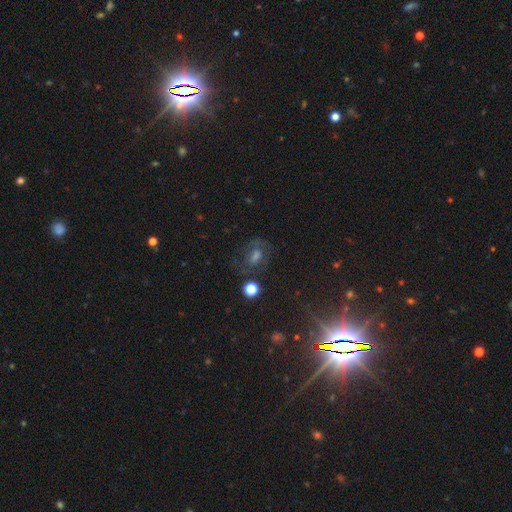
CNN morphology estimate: Smooth or featured? featured or disk (39%)
Merging? none (66%)